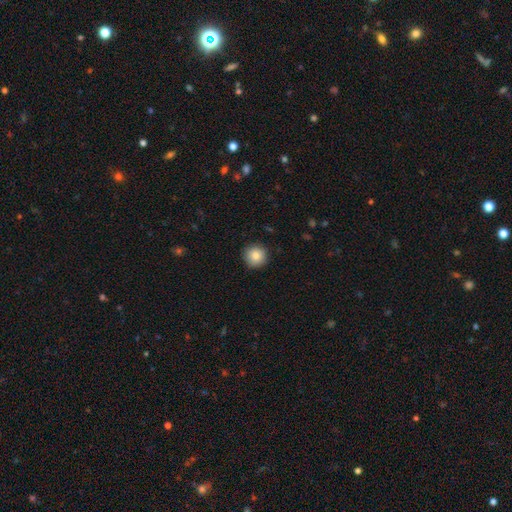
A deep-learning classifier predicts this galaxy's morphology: This is clearly a smooth galaxy (85%). How rounded: clearly round (95%). Merging: clearly none (91%).